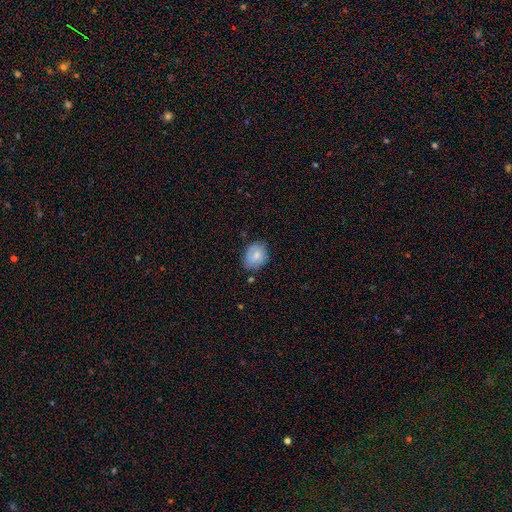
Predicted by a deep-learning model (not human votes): smooth 61%, featured or disk 31%, star or artifact 8%. Down the decision tree: how rounded — round (52%); merging — none (69%).